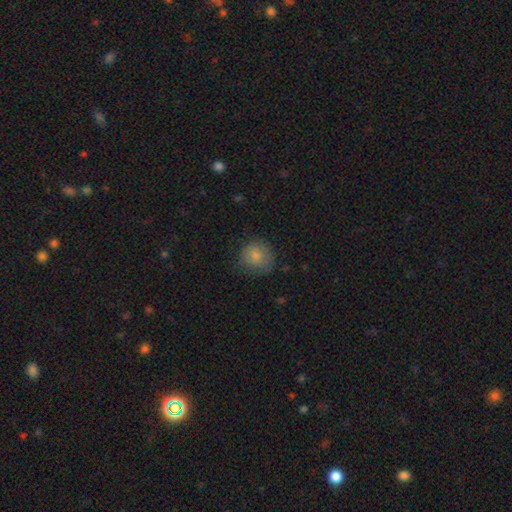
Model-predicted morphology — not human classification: type=smooth (82%); roundness=round (87%); merging=none (70%).